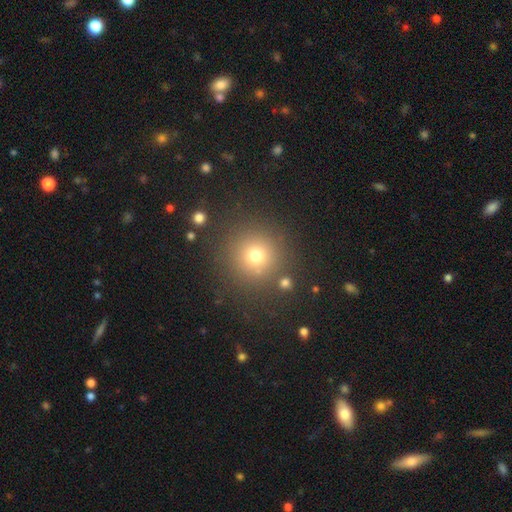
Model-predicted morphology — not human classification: smooth_or_featured: smooth (p=0.71) [alt: star or artifact p=0.20]
how_rounded: round (p=0.95) [alt: in between p=0.04]
merging: none (p=0.86) [alt: minor disturbance p=0.07]